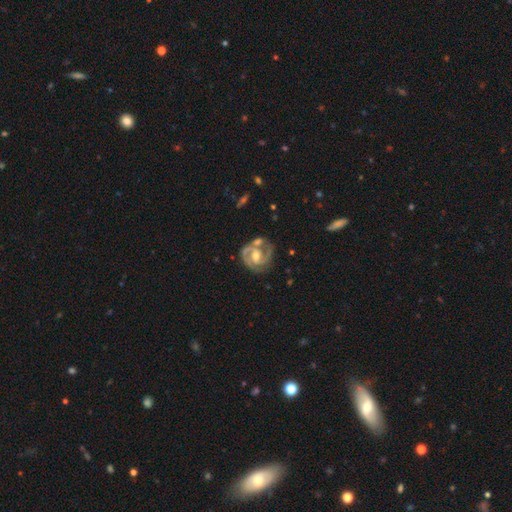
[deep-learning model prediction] A featured or disk galaxy (88%) with a weak bar (44%), 2 (80%) tight (48%) spiral arms (96%) and a moderate central bulge (68%).

Vote fractions:
- Smooth or featured? featured or disk: 88% / smooth: 7% / star or artifact: 4%
- Edge-on disk? no: 98% / yes: 2%
- Bar? weak: 44% / no: 38% / strong: 18%
- Spiral arms? yes: 96% / no: 4%
- Spiral winding? tight: 48% / medium: 44% / loose: 8%
- Spiral arm count? 2: 80% / 3: 8% / can't tell: 5% / 1: 3% / 4: 1% / more than 4: 1%
- Bulge size? moderate: 68% / small: 27% / large: 3% / none: 1% / dominant: 1%
- Merging? none: 62% / minor disturbance: 19% / merger: 13% / major disturbance: 7%